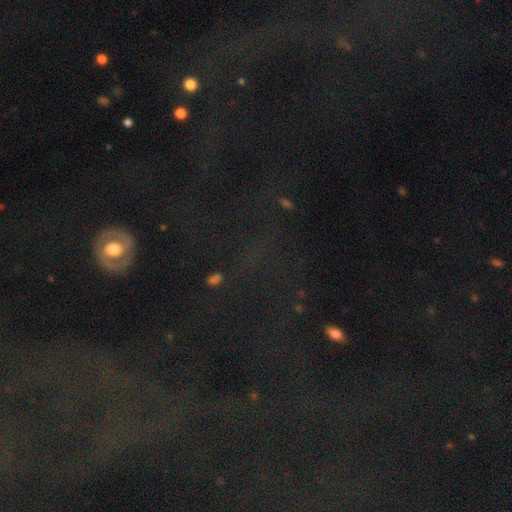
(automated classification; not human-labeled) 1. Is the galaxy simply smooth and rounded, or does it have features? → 64% star or artifact, 19% smooth, 17% featured or disk.